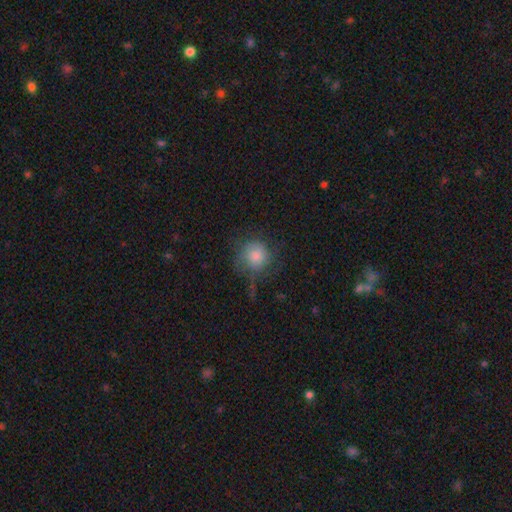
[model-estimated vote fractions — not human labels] smooth_or_featured: smooth (p=0.70) [alt: featured or disk p=0.20]
how_rounded: round (p=0.87) [alt: in between p=0.12]
merging: none (p=0.56) [alt: minor disturbance p=0.25]